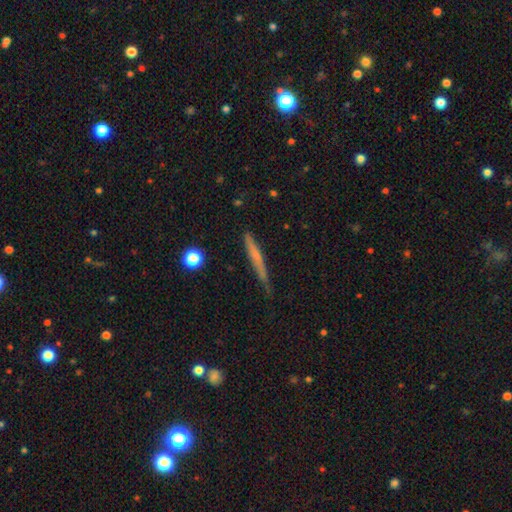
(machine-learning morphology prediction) Overall: smooth (55%; featured or disk 38%). How rounded: cigar-shaped (94%). Merging: none (71%).